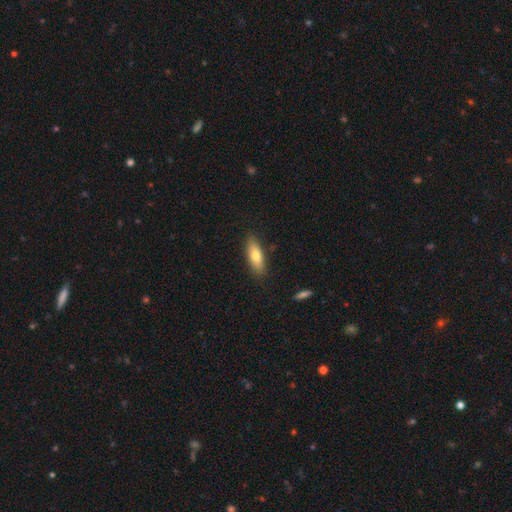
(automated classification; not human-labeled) This appears to be a smooth galaxy with no disk features (72%) that is in between round and cigar-shaped (63%). Merging: none (84%).